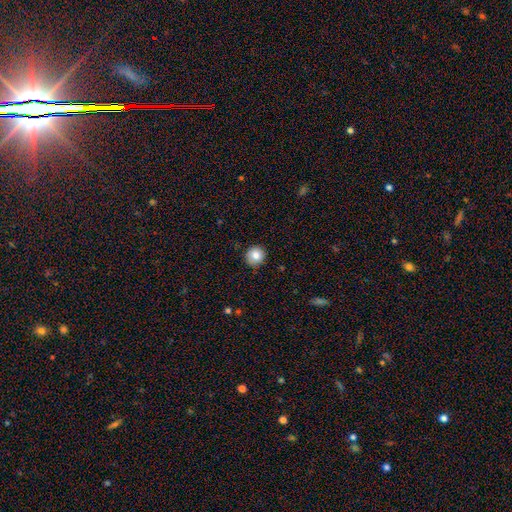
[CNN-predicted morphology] Q: Smooth or featured?
A: smooth (83%); runner-up: star or artifact (10%)
Q: How rounded?
A: round (93%); runner-up: in between (6%)
Q: Merging?
A: none (87%); runner-up: minor disturbance (10%)